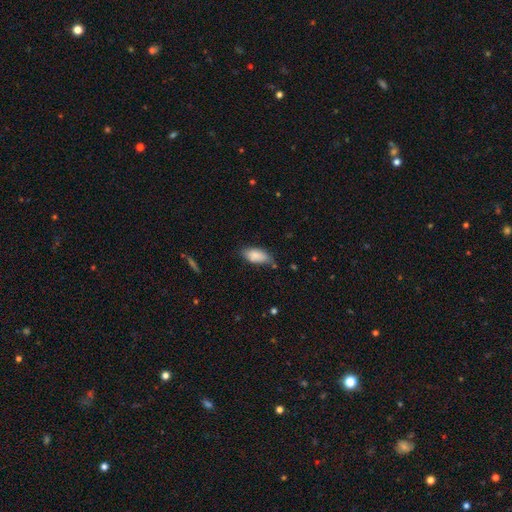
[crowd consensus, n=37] This appears to be a smooth galaxy with no disk features (81%) that is in between round and cigar-shaped (100%). Merging: none (74%).